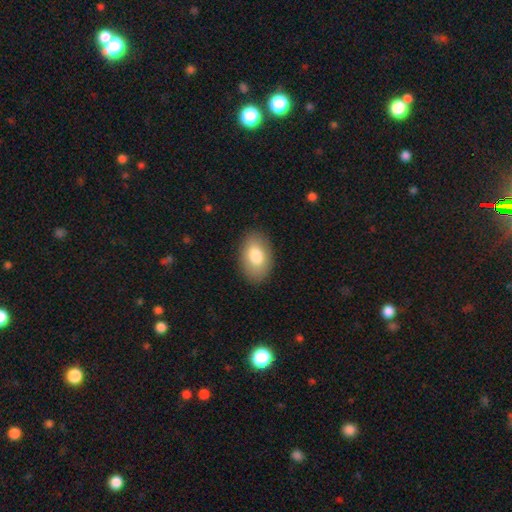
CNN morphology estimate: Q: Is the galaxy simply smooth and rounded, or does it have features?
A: smooth — 81%.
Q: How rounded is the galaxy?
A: in between — 90%.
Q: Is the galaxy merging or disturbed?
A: none — 87%.